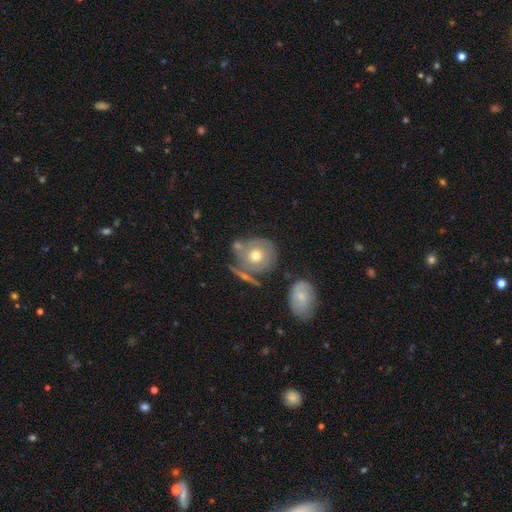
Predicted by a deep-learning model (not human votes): smooth_or_featured: smooth (p=0.54) [alt: featured or disk p=0.37]
how_rounded: round (p=0.87) [alt: in between p=0.11]
merging: none (p=0.61) [alt: minor disturbance p=0.17]